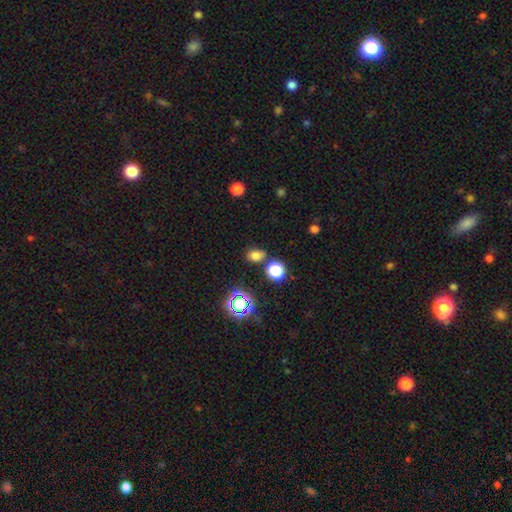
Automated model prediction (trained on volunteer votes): Overall: smooth (72%). How rounded: in between (61%; round 38%). Merging: none (77%).